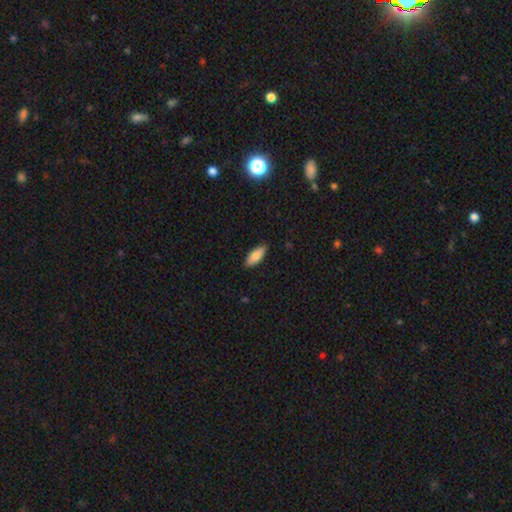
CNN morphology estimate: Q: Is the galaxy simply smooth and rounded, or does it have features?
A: smooth — 83%.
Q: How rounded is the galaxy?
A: in between — 76%.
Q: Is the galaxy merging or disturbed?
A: none — 87%.